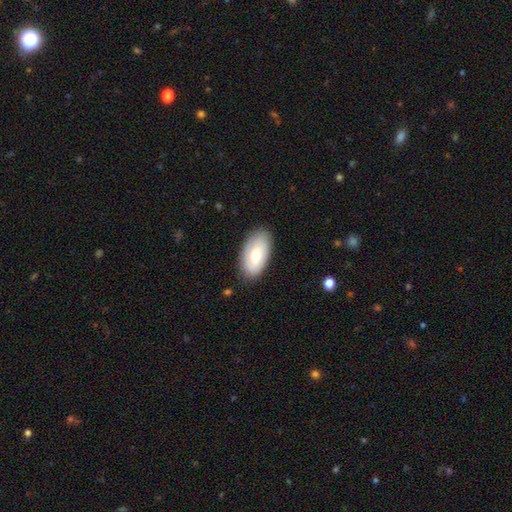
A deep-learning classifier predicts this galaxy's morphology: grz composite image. It shows a smooth galaxy with no disk features (65%) that is in between round and cigar-shaped (94%). Merging: none (82%).